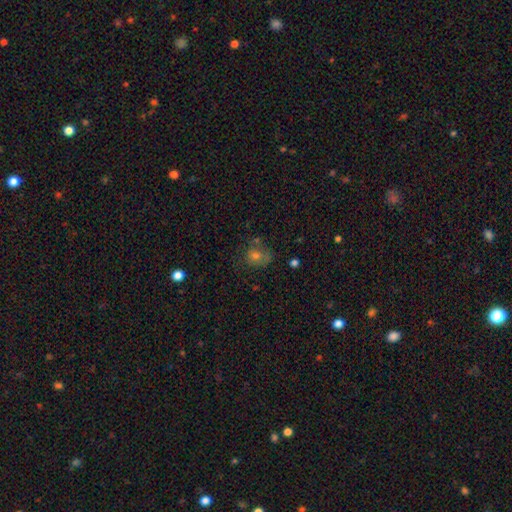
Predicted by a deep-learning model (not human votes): smooth 59%, featured or disk 21%, star or artifact 20%. Down the decision tree: how rounded — round (70%); merging — none (58%).